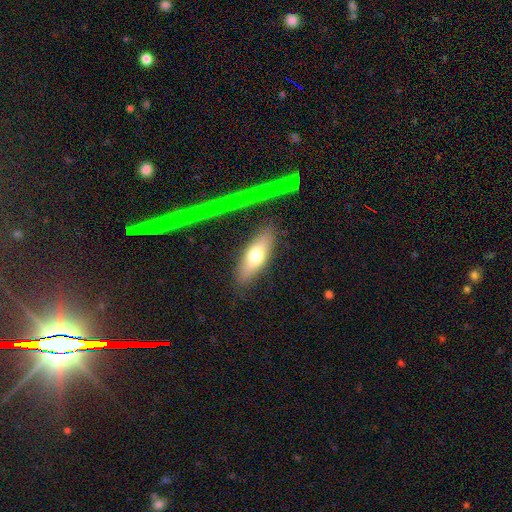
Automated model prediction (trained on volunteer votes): smooth 64%, featured or disk 29%, star or artifact 7%. Down the decision tree: how rounded — in between (62%); merging — none (85%).